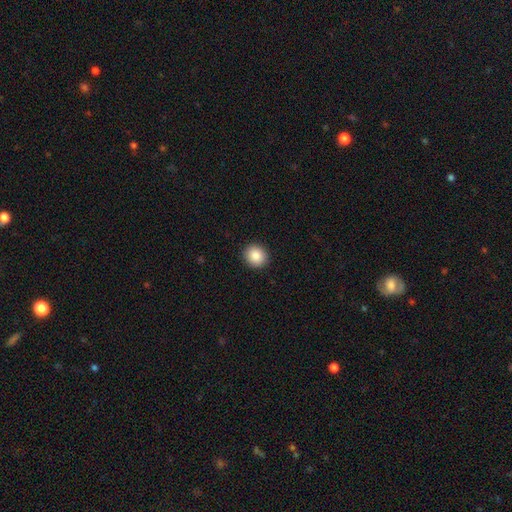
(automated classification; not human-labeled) A smooth galaxy with no disk features (87%) that is round (85%). Merging: none (92%).